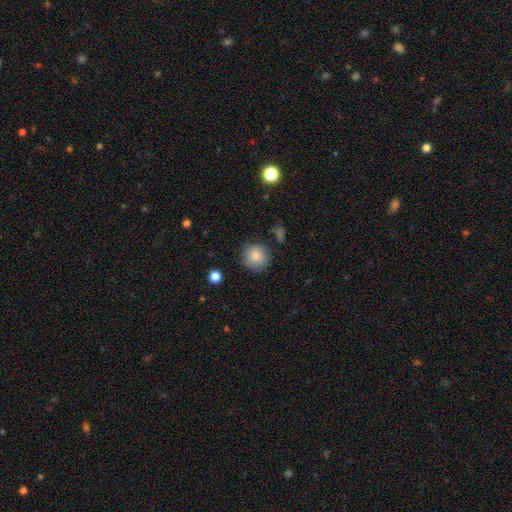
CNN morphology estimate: Smooth or featured?
  - smooth: 83% *
  - star or artifact: 9%
  - featured or disk: 9%
How rounded?
  - round: 93% *
  - in between: 6%
  - cigar-shaped: 1%
Merging?
  - none: 82% *
  - minor disturbance: 12%
  - major disturbance: 3%
  - merger: 3%